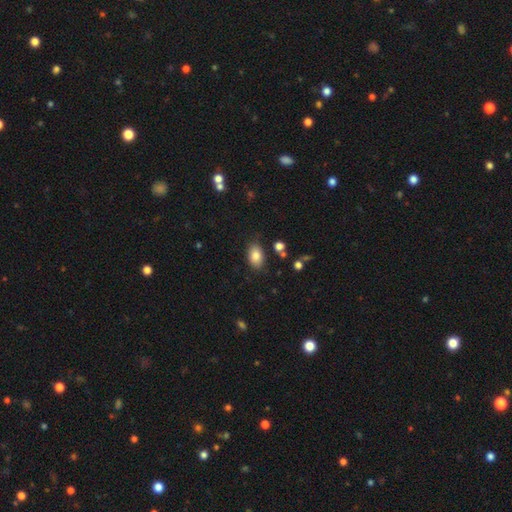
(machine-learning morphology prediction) A smooth galaxy with no disk features (82%) that is in between round and cigar-shaped (89%). Merging: none (82%).